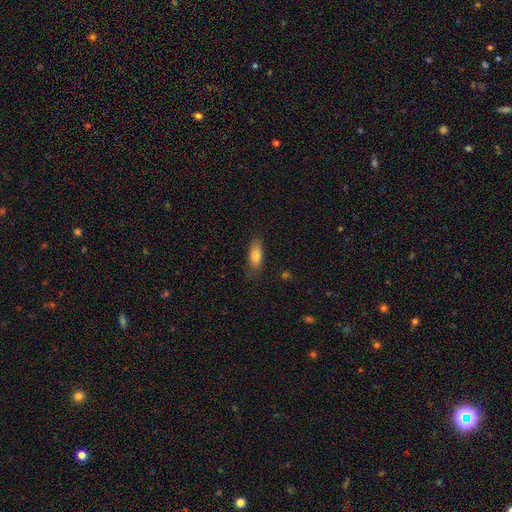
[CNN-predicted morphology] Smooth or featured? smooth (81%)
How rounded? in between (78%)
Merging? none (77%)